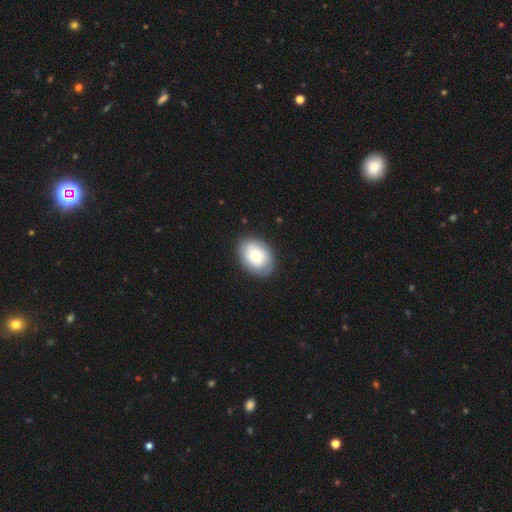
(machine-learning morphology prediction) Smooth or featured? Predicted: smooth (p=0.69). How rounded? Predicted: in between (p=0.72). Merging? Predicted: none (p=0.80).